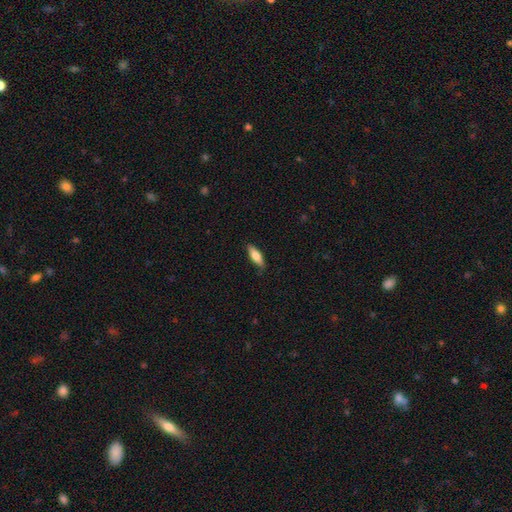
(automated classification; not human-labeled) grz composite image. It shows a smooth galaxy with no disk features (68%) that is in between round and cigar-shaped (51%). Merging: none (84%).